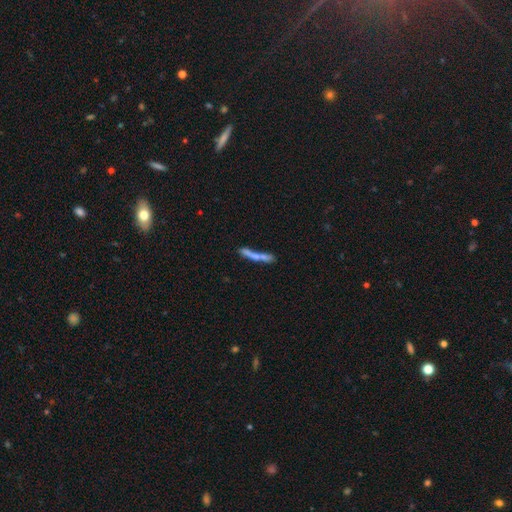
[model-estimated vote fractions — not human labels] Smooth or featured? Predicted: smooth (p=0.56). How rounded? Predicted: cigar-shaped (p=0.87). Merging? Predicted: none (p=0.42).